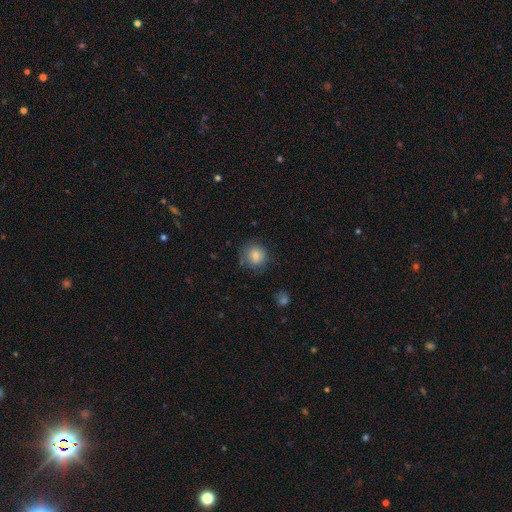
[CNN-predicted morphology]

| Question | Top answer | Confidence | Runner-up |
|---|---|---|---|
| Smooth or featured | smooth | 78% | featured or disk (12%) |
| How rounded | round | 88% | in between (11%) |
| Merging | none | 75% | minor disturbance (17%) |